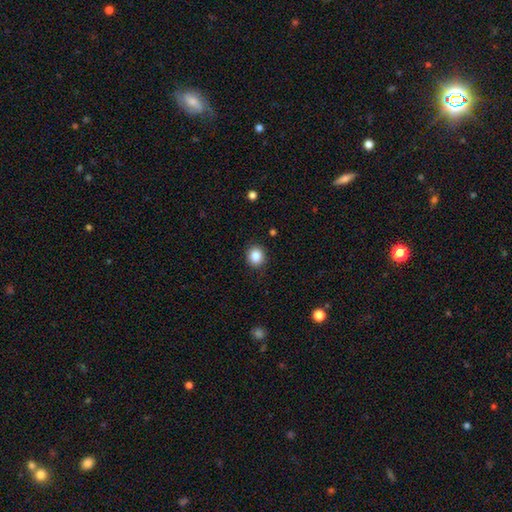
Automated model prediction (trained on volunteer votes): Smooth or featured? smooth (86%)
How rounded? round (79%)
Merging? none (88%)